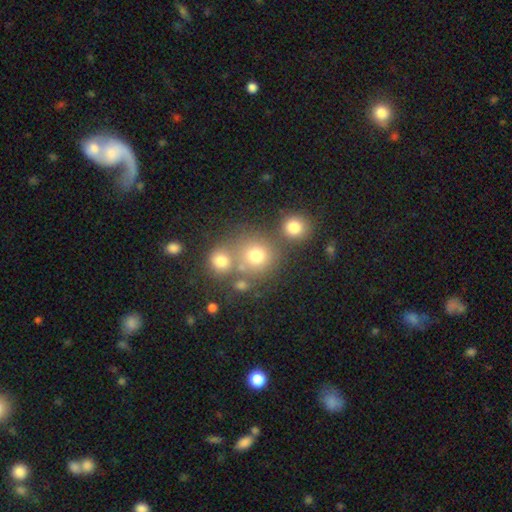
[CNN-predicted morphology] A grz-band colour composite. It shows a smooth galaxy with no disk features (74%) that is round (88%). Merging: none (59%).